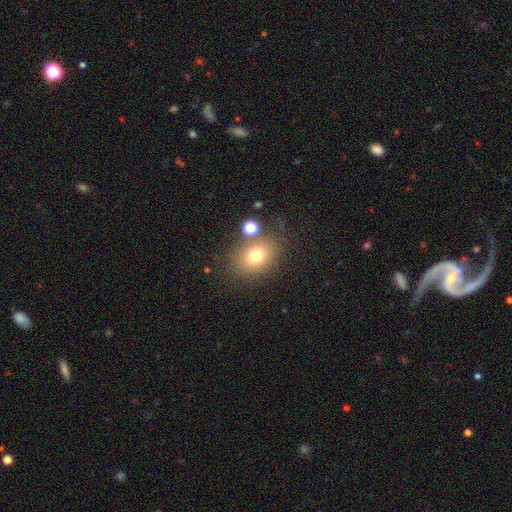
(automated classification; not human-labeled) Q: Smooth or featured?
A: smooth (73%); runner-up: star or artifact (14%)
Q: How rounded?
A: in between (55%); runner-up: round (43%)
Q: Merging?
A: none (73%); runner-up: minor disturbance (12%)